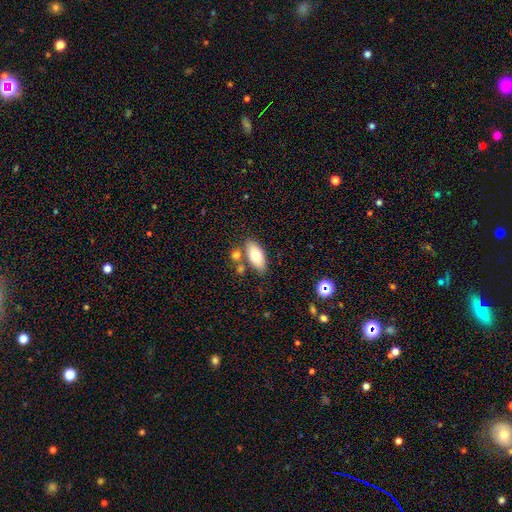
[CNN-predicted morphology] The model was most divided on "smooth or featured": smooth: 75%, featured or disk: 18%, star or artifact: 7%. More confident: how rounded — in between (89%); merging — none (71%).